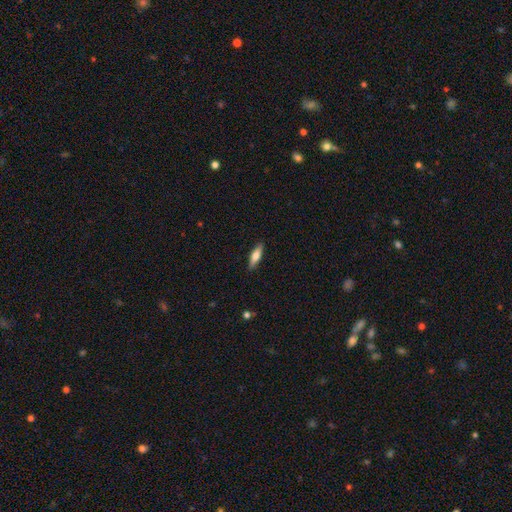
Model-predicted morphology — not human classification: Smooth or featured?
  - smooth: 64% *
  - featured or disk: 31%
  - star or artifact: 6%
How rounded?
  - cigar-shaped: 60% *
  - in between: 38%
  - round: 2%
Merging?
  - none: 89% *
  - minor disturbance: 9%
  - major disturbance: 2%
  - merger: 1%